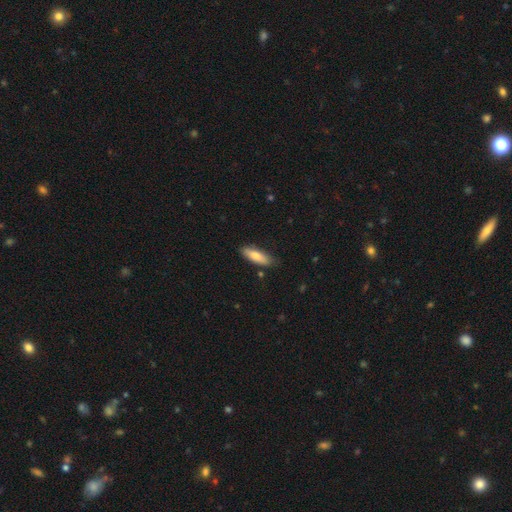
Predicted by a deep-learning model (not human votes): This is likely a smooth galaxy (76%). How rounded: possibly in between (52%). Merging: clearly none (82%).